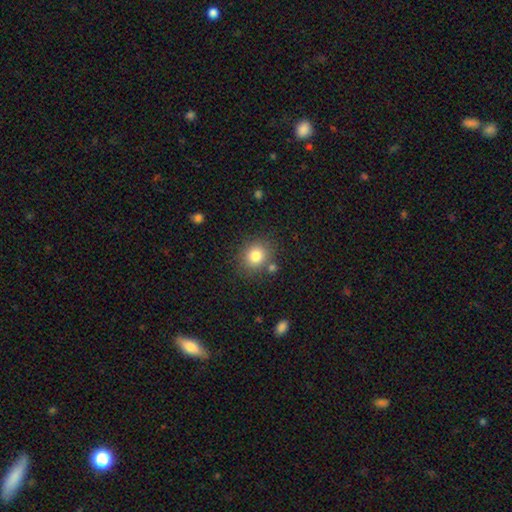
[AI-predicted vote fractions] Q: Smooth or featured?
A: smooth (82%); runner-up: star or artifact (11%)
Q: How rounded?
A: round (75%); runner-up: in between (24%)
Q: Merging?
A: none (79%); runner-up: minor disturbance (10%)